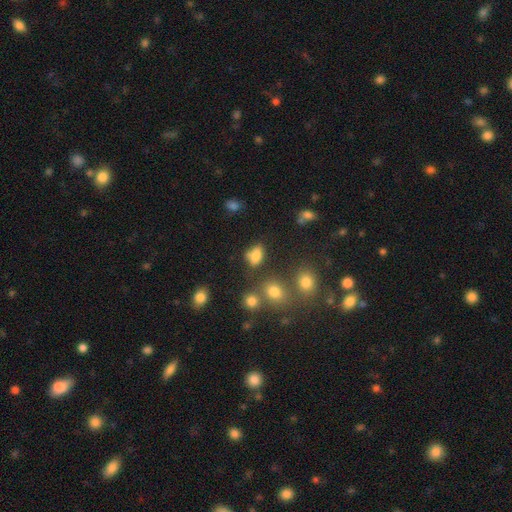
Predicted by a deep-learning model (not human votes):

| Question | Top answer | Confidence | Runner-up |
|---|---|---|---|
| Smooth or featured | smooth | 77% | star or artifact (14%) |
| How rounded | in between | 81% | round (15%) |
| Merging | none | 55% | minor disturbance (21%) |